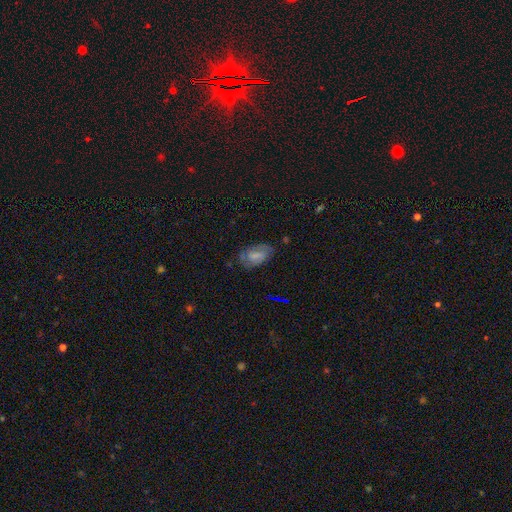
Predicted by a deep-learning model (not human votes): This is possibly a smooth galaxy (48%). Merging: likely none (65%).